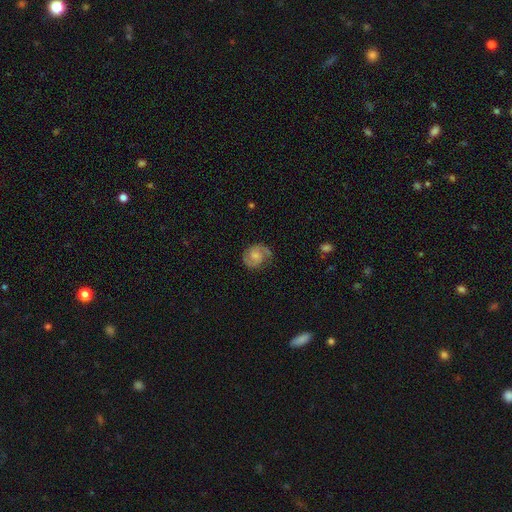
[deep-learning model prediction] smooth_or_featured: featured or disk (p=0.76) [alt: smooth p=0.18]
disk_edge_on: no (p=0.98) [alt: yes p=0.02]
bar: no (p=0.59) [alt: weak p=0.36]
has_spiral_arms: yes (p=0.95) [alt: no p=0.05]
spiral_winding: medium (p=0.48) [alt: tight p=0.36]
spiral_arm_count: 2 (p=0.83) [alt: 1 p=0.08]
bulge_size: moderate (p=0.35) [alt: small p=0.34]
merging: none (p=0.72) [alt: minor disturbance p=0.18]